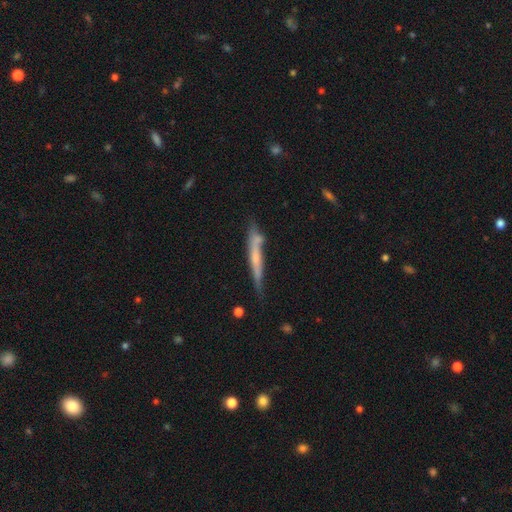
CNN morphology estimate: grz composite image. It shows a featured or disk galaxy (53%) viewed edge-on (90%). Merging: none (64%).